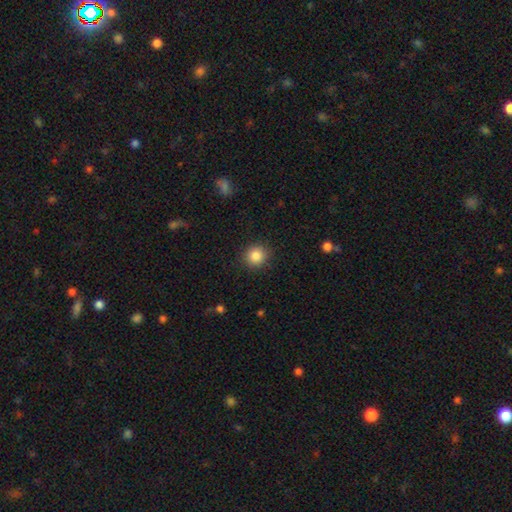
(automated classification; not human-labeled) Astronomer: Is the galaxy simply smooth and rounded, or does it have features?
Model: smooth — 86%.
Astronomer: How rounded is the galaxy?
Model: round — 90%.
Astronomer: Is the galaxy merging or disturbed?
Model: none — 90%.